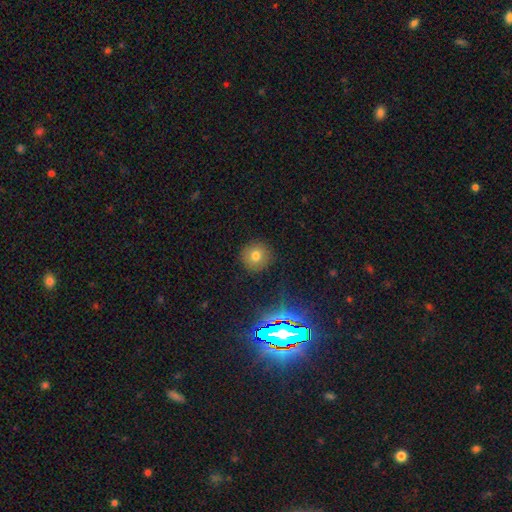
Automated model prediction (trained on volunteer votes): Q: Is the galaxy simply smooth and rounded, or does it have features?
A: smooth — 73%.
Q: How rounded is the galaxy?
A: round — 93%.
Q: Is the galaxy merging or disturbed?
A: none — 89%.